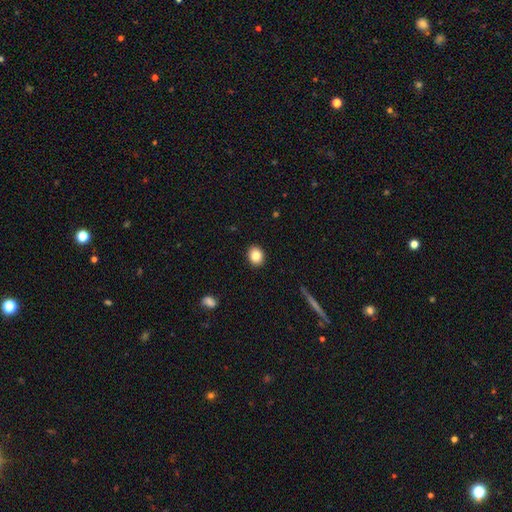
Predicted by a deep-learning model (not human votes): Smooth or featured? smooth (83%)
How rounded? round (58%)
Merging? none (91%)